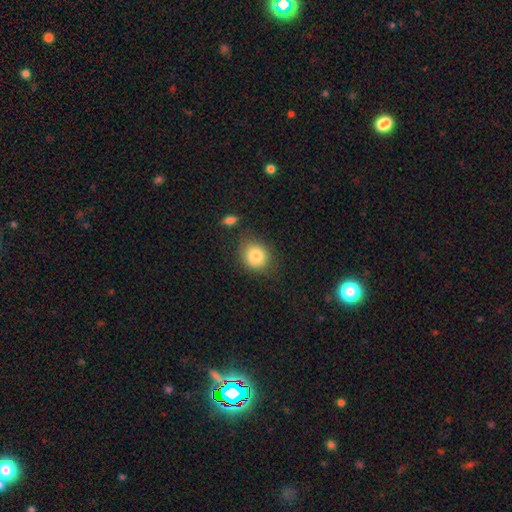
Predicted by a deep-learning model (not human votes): smooth_or_featured: smooth (p=0.82) [alt: star or artifact p=0.09]
how_rounded: round (p=0.74) [alt: in between p=0.25]
merging: none (p=0.75) [alt: minor disturbance p=0.16]